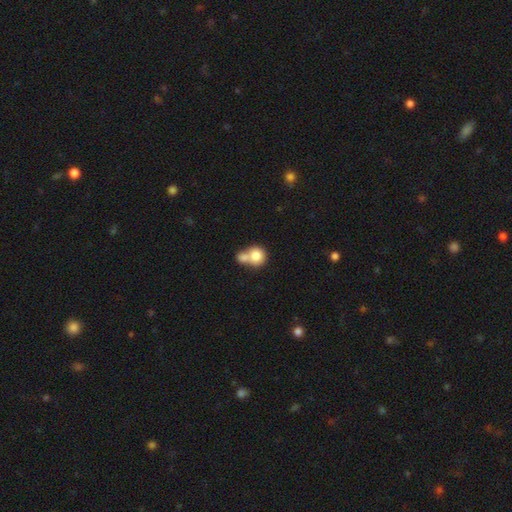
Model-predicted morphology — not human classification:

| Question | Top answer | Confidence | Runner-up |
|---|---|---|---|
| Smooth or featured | smooth | 79% | featured or disk (13%) |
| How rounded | round | 79% | in between (20%) |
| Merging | merger | 63% | none (27%) |